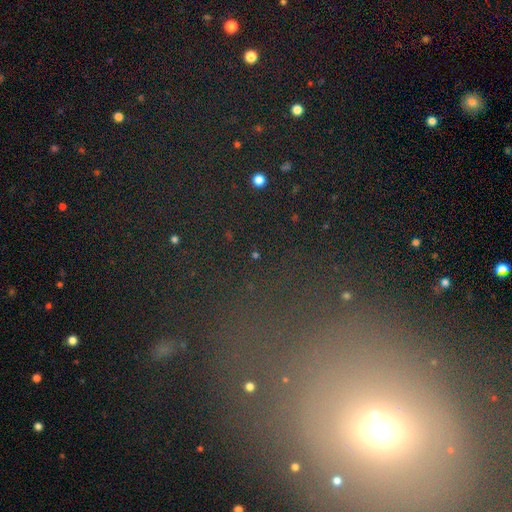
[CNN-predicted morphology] Smooth or featured? star or artifact (68%)